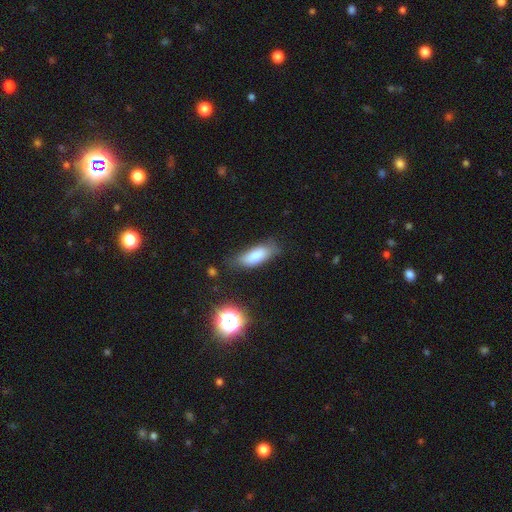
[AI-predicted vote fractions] This appears to be a smooth galaxy with no disk features (79%) that is in between round and cigar-shaped (71%). Merging: none (64%).